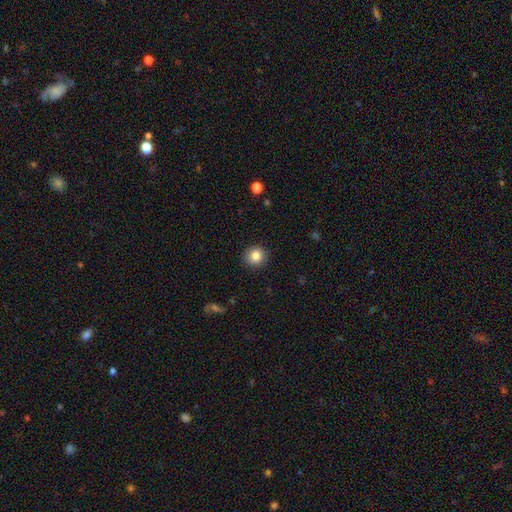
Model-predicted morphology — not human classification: type=smooth (83%); roundness=round (86%); merging=none (90%).